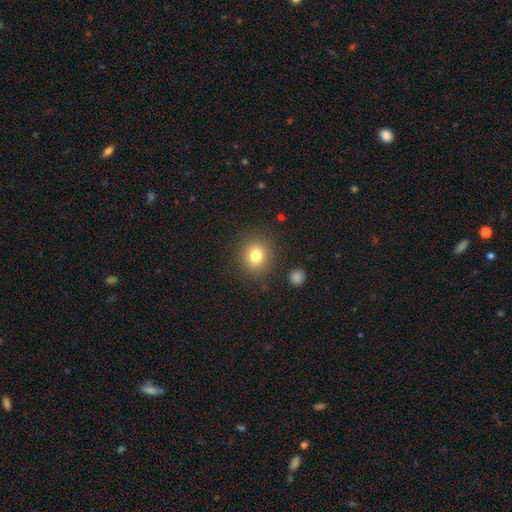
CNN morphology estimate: Overall: smooth (79%). How rounded: round (76%). Merging: none (86%).